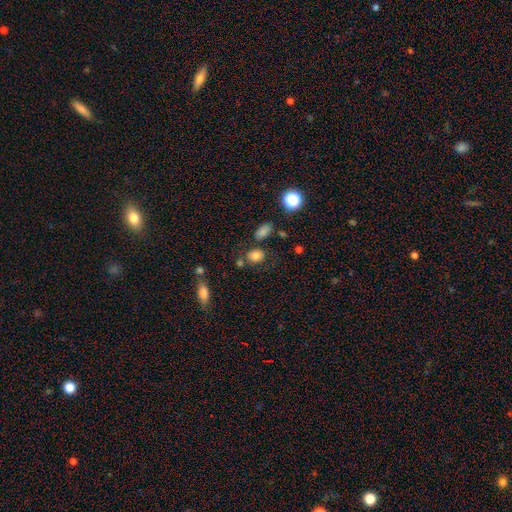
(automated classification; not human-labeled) Q: Smooth or featured?
A: smooth (80%); runner-up: star or artifact (13%)
Q: How rounded?
A: in between (52%); runner-up: round (47%)
Q: Merging?
A: none (69%); runner-up: minor disturbance (15%)